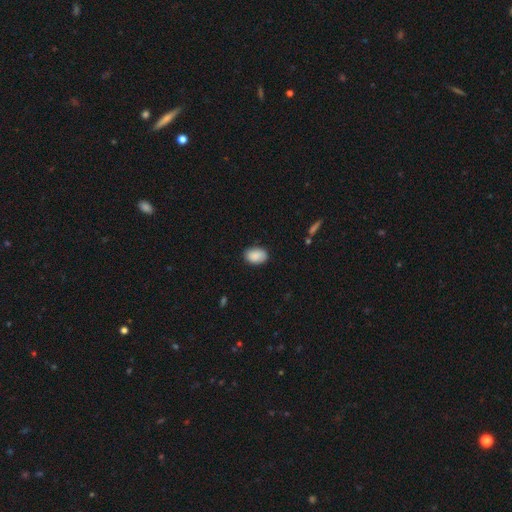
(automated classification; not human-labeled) smooth_or_featured: smooth (p=0.89) [alt: star or artifact p=0.07]
how_rounded: in between (p=0.85) [alt: round p=0.14]
merging: none (p=0.82) [alt: minor disturbance p=0.14]